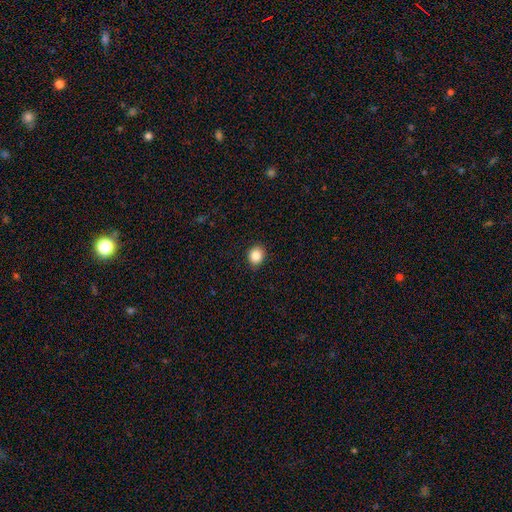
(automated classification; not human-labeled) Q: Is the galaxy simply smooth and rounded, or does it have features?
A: smooth — 86%.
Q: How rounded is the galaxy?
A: round — 61%.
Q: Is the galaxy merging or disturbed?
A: none — 89%.